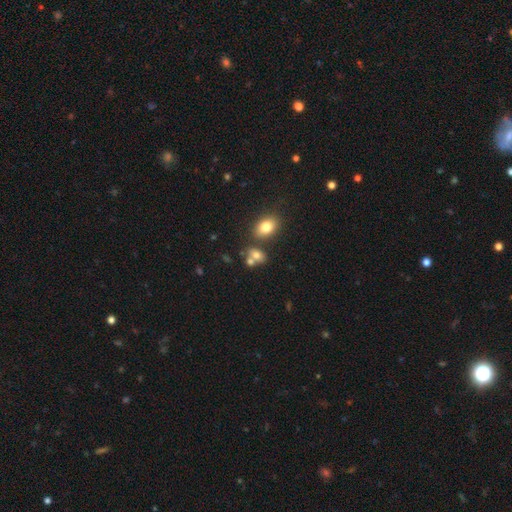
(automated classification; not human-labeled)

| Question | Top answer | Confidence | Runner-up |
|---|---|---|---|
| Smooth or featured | smooth | 75% | featured or disk (13%) |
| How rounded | in between | 71% | round (27%) |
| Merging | none | 48% | merger (36%) |